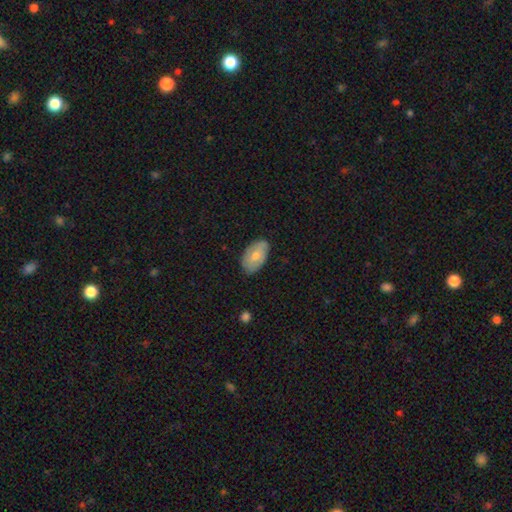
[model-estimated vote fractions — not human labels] smooth_or_featured: smooth (p=0.63) [alt: featured or disk p=0.30]
how_rounded: in between (p=0.93) [alt: round p=0.06]
merging: none (p=0.81) [alt: minor disturbance p=0.15]